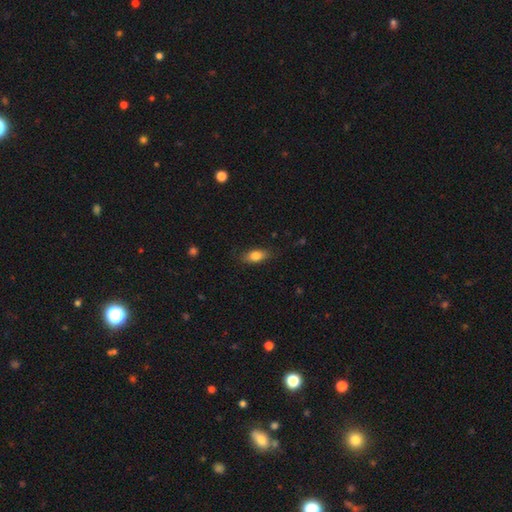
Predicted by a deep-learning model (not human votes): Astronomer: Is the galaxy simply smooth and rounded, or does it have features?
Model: smooth — 80%.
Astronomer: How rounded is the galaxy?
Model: in between — 82%.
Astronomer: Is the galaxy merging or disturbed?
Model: none — 82%.